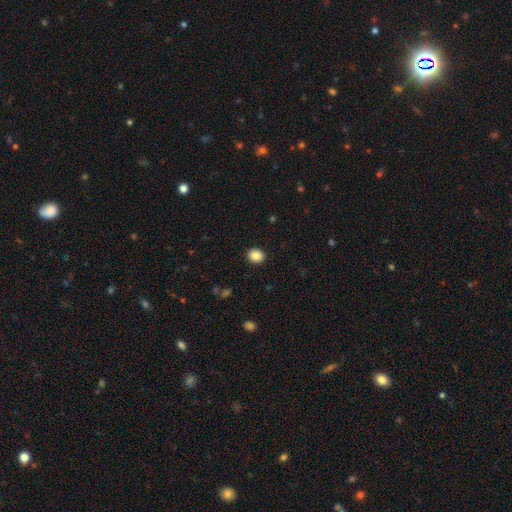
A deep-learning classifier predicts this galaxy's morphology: Q: Smooth or featured?
A: smooth (87%); runner-up: star or artifact (9%)
Q: How rounded?
A: round (63%); runner-up: in between (36%)
Q: Merging?
A: none (91%); runner-up: minor disturbance (6%)